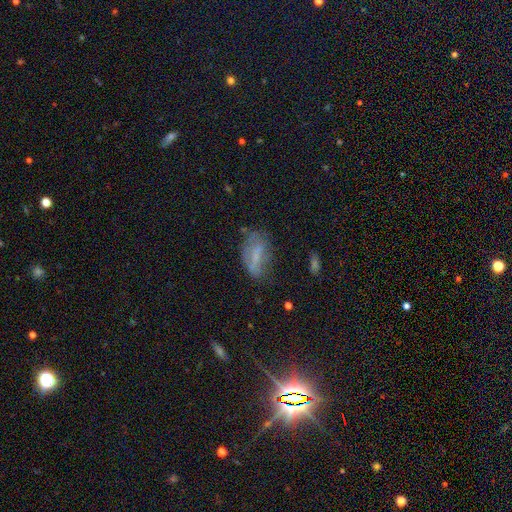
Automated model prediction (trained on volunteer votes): Overall: smooth (49%; featured or disk 36%). Merging: none (49%; minor disturbance 29%).